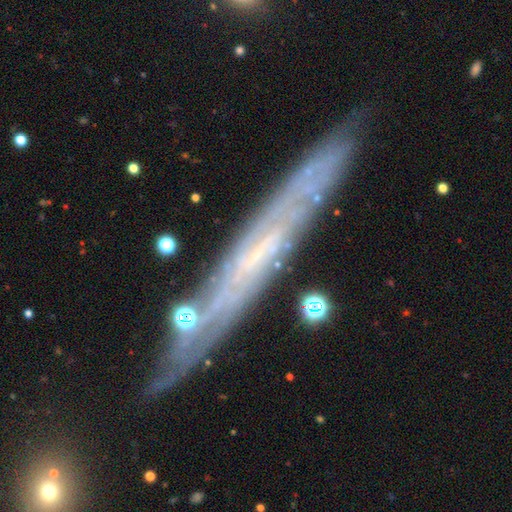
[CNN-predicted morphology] Smooth or featured?
  - featured or disk: 73% *
  - smooth: 18%
  - star or artifact: 9%
Edge-on disk?
  - yes: 66% *
  - no: 34%
Merging?
  - none: 80% *
  - minor disturbance: 14%
  - major disturbance: 4%
  - merger: 3%